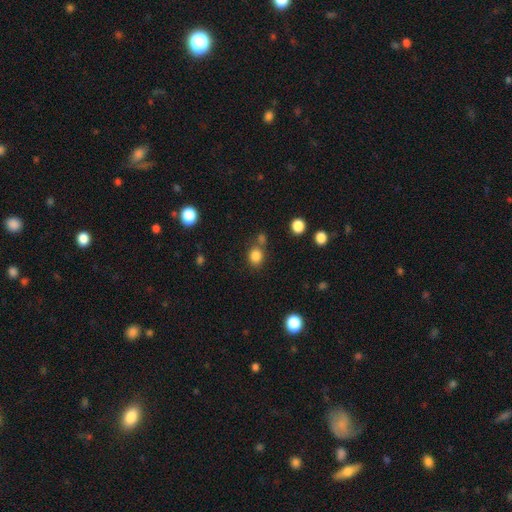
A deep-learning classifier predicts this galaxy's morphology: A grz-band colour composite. It shows a smooth galaxy with no disk features (83%) that is round (65%). Merging: none (65%).